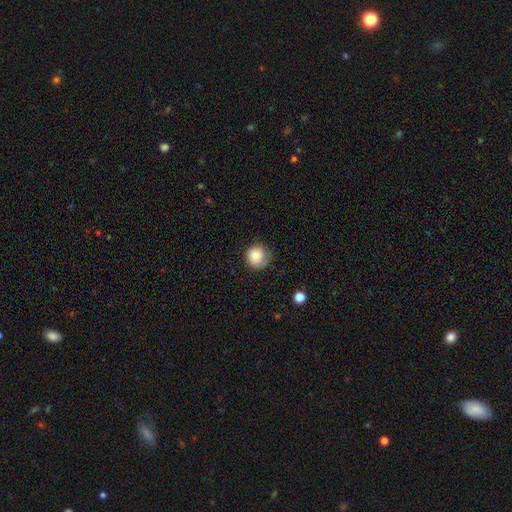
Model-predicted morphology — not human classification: smooth_or_featured: smooth (p=0.82) [alt: star or artifact p=0.09]
how_rounded: round (p=0.92) [alt: in between p=0.07]
merging: none (p=0.69) [alt: minor disturbance p=0.24]